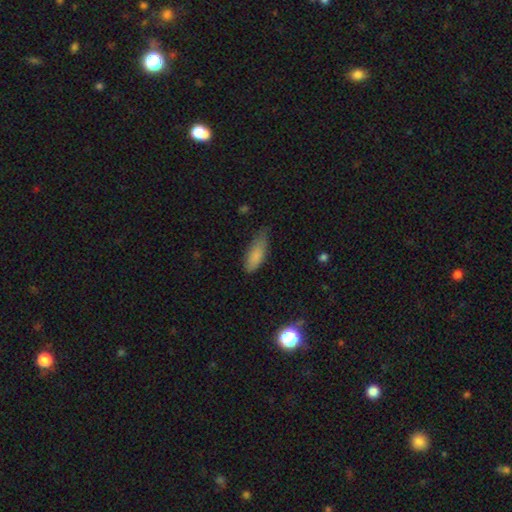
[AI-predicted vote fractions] Smooth or featured? smooth (83%)
How rounded? in between (71%)
Merging? none (52%)